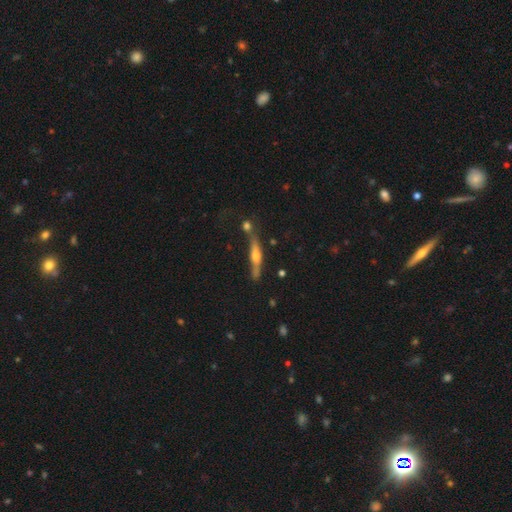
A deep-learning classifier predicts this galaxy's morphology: Overall: featured or disk (70%). Edge-on disk: yes (95%). Edge-on bulge: rounded (89%). Merging: none (70%).